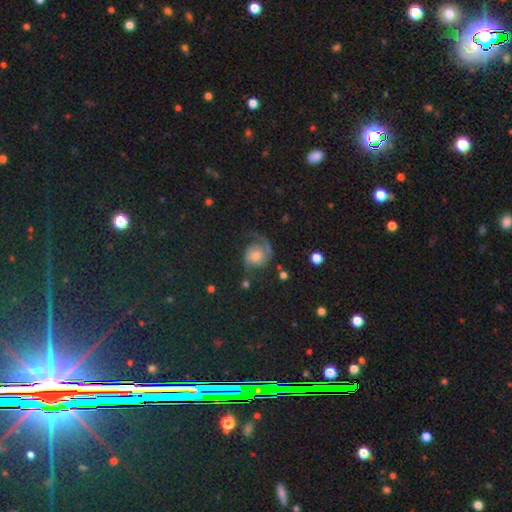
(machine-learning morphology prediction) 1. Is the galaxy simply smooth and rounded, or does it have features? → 68% featured or disk, 17% smooth, 15% star or artifact.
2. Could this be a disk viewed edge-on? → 98% no, 2% yes.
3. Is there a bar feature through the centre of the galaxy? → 75% no, 21% weak, 4% strong.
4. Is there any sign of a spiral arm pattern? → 94% yes, 6% no.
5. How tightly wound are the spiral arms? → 46% medium, 29% tight, 25% loose.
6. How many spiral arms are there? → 62% 2, 29% 1, 5% can't tell, 2% 3, 1% 4, 1% more than 4.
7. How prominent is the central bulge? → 54% moderate, 26% small, 13% large, 4% none, 3% dominant.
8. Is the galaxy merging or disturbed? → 60% none, 19% minor disturbance, 18% major disturbance, 3% merger.